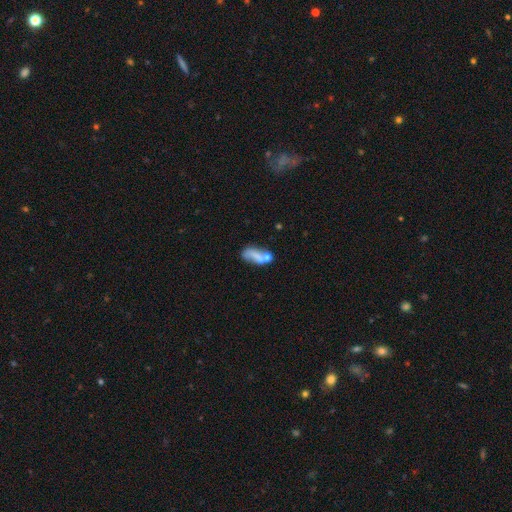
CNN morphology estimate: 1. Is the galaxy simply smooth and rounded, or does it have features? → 58% smooth, 31% featured or disk, 11% star or artifact.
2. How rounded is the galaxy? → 76% in between, 17% cigar-shaped, 7% round.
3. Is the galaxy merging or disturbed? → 36% merger, 29% none, 18% minor disturbance, 18% major disturbance.